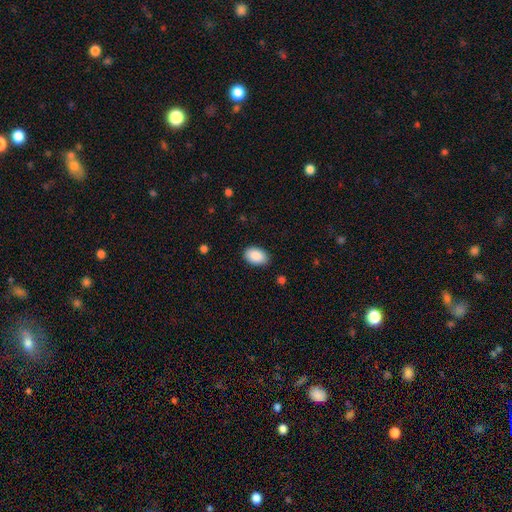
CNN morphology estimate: Overall: smooth (89%). How rounded: in between (89%). Merging: none (85%).